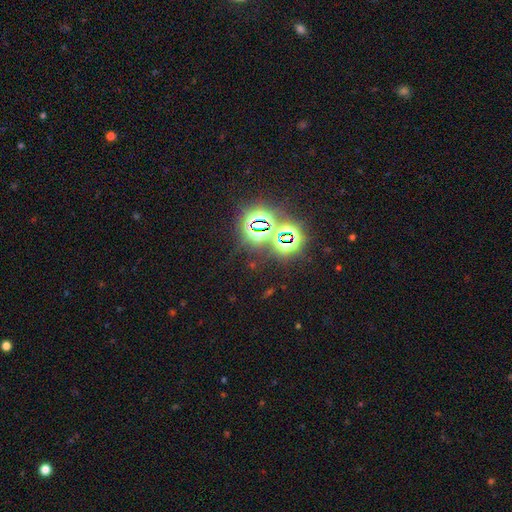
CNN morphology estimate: Smooth or featured?
  - star or artifact: 79% *
  - smooth: 11%
  - featured or disk: 9%